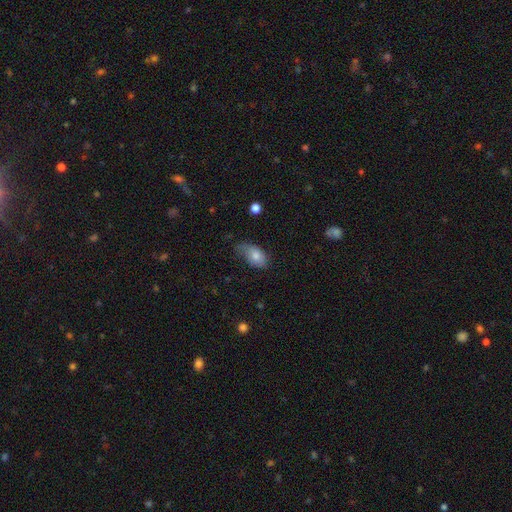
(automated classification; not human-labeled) Q: Smooth or featured?
A: smooth (77%); runner-up: featured or disk (16%)
Q: How rounded?
A: in between (91%); runner-up: round (7%)
Q: Merging?
A: minor disturbance (41%); runner-up: none (40%)